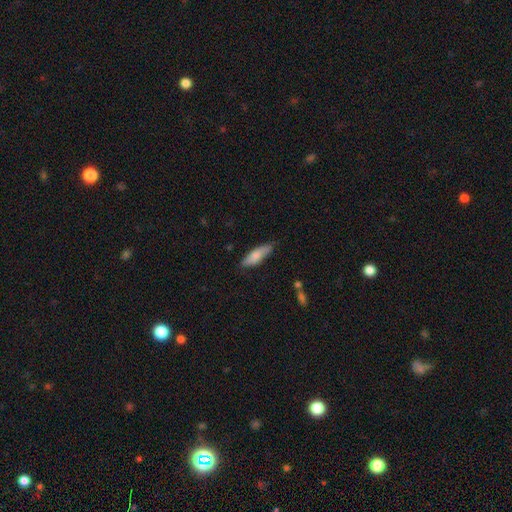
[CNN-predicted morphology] smooth_or_featured: smooth (p=0.77) [alt: featured or disk p=0.17]
how_rounded: cigar-shaped (p=0.54) [alt: in between p=0.45]
merging: none (p=0.74) [alt: minor disturbance p=0.21]